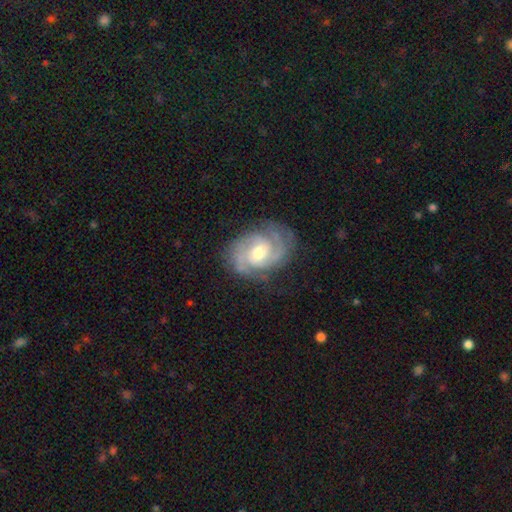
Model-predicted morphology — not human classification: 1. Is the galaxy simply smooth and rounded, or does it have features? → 88% featured or disk, 8% smooth, 5% star or artifact.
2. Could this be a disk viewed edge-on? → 97% no, 3% yes.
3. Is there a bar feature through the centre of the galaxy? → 57% no, 35% weak, 7% strong.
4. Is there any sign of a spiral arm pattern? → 97% yes, 3% no.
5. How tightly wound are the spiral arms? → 55% tight, 37% medium, 8% loose.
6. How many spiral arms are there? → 38% 2, 28% 3, 18% can't tell, 7% 4, 5% 1, 5% more than 4.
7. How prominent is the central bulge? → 67% moderate, 25% small, 6% large, 1% none, 1% dominant.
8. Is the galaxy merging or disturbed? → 73% none, 18% minor disturbance, 8% major disturbance, 1% merger.